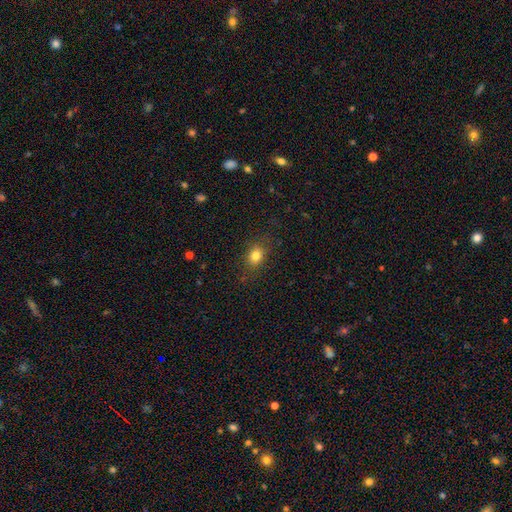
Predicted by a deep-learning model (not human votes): This appears to be a smooth galaxy with no disk features (80%) that is in between round and cigar-shaped (55%). Merging: none (83%).